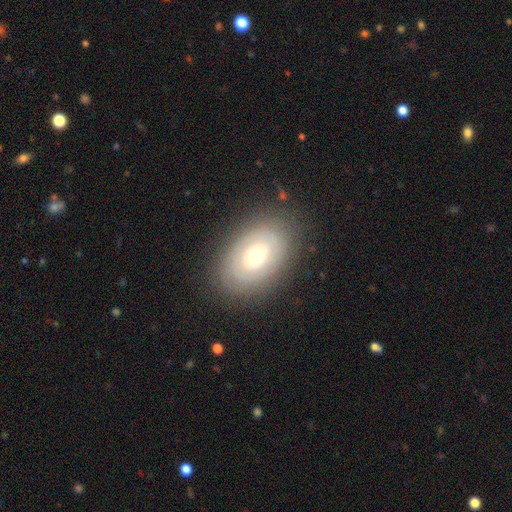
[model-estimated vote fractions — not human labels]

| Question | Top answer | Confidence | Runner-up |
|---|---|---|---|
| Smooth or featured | featured or disk | 53% | smooth (39%) |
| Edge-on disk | no | 93% | yes (7%) |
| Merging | none | 82% | minor disturbance (12%) |